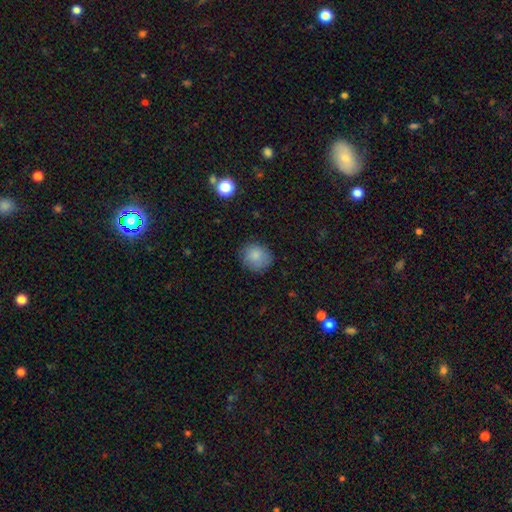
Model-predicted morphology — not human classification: Smooth or featured: smooth — 85% (star or artifact — 8%)
How rounded: round — 79% (in between — 20%)
Merging: none — 82% (minor disturbance — 13%)